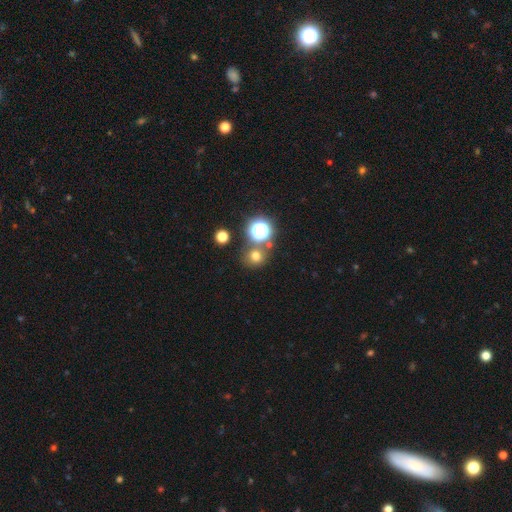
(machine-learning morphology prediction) A smooth galaxy with no disk features (66%) that is round (85%). Merging: none (75%).